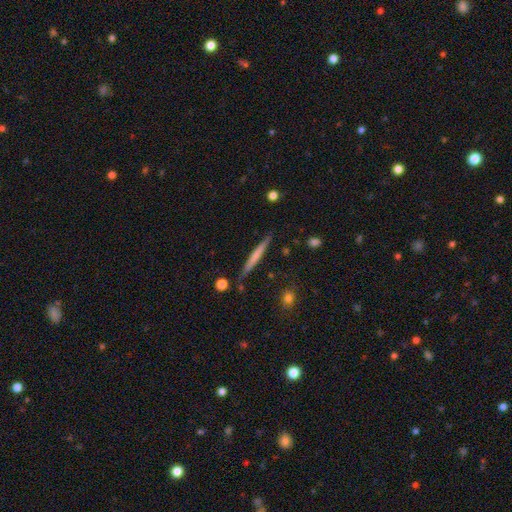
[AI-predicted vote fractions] Smooth or featured: smooth — 50% (featured or disk — 44%)
How rounded: cigar-shaped — 96% (in between — 3%)
Merging: none — 84% (minor disturbance — 11%)